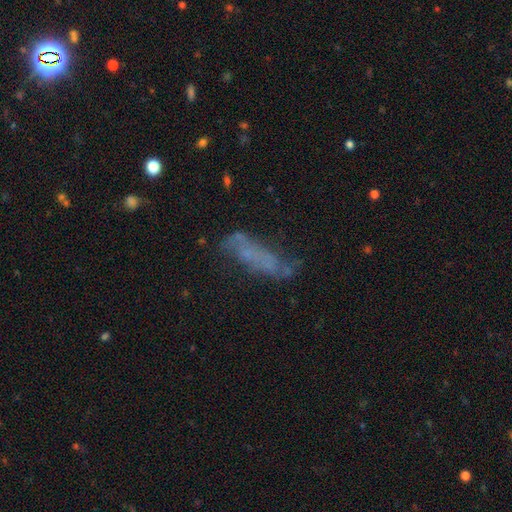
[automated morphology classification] Smooth or featured? Predicted: featured or disk (p=0.43). Merging? Predicted: none (p=0.49).